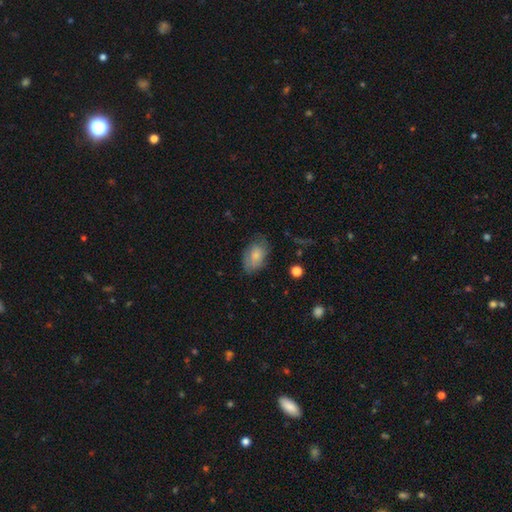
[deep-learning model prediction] The model was most divided on "merging": none: 65%, minor disturbance: 26%, major disturbance: 8%, merger: 2%. More confident: how rounded — in between (89%); smooth or featured — smooth (74%).